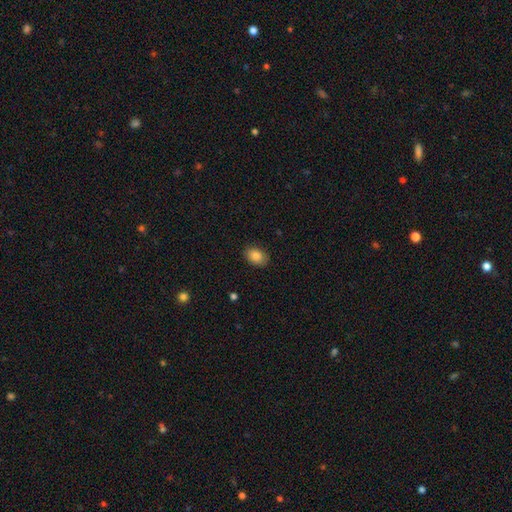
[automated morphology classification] Smooth or featured?
  - smooth: 85% *
  - star or artifact: 8%
  - featured or disk: 7%
How rounded?
  - in between: 81% *
  - round: 18%
  - cigar-shaped: 1%
Merging?
  - none: 87% *
  - minor disturbance: 10%
  - major disturbance: 2%
  - merger: 1%